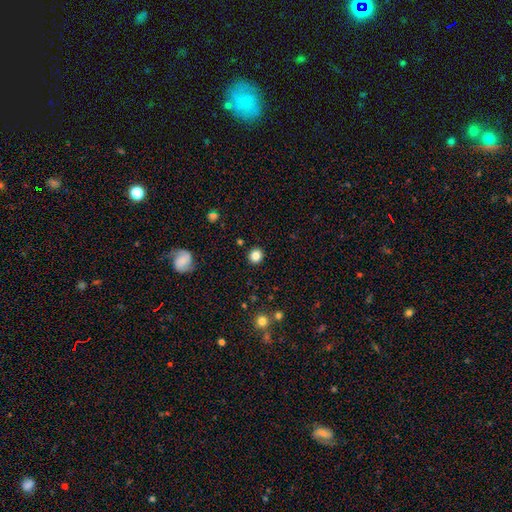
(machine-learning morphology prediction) smooth-or-featured: smooth: 84% | star or artifact: 11% | featured or disk: 5%
  how-rounded: round: 86% | in between: 13% | cigar-shaped: 1%
  merging: none: 91% | minor disturbance: 6% | major disturbance: 2% | merger: 1%